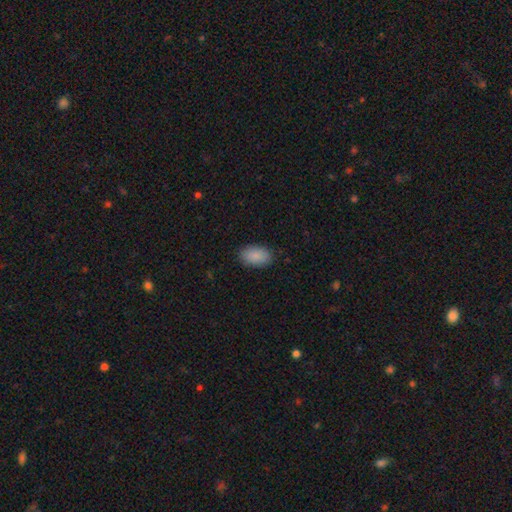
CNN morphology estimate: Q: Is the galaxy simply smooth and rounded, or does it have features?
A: smooth — 90%.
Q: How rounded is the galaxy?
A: in between — 93%.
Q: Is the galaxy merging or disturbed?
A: none — 88%.